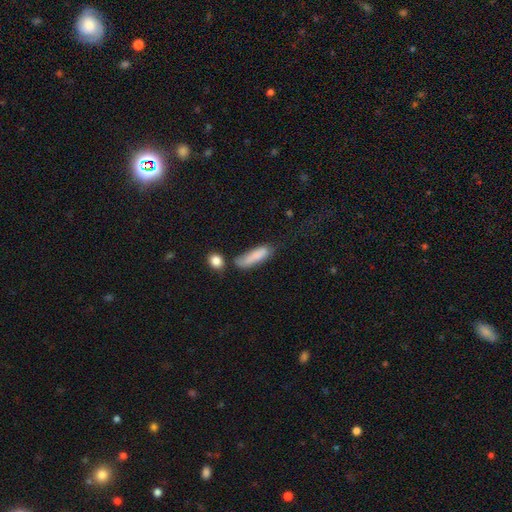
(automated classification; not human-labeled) Smooth or featured? Predicted: smooth (p=0.81). How rounded? Predicted: cigar-shaped (p=0.60). Merging? Predicted: none (p=0.50).